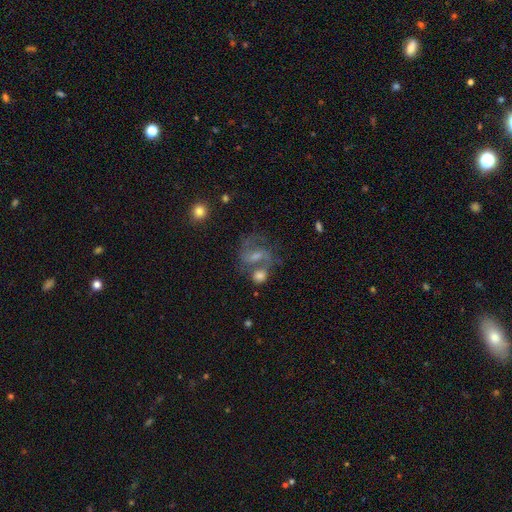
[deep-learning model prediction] Smooth or featured? featured or disk (64%)
Edge-on disk? no (97%)
Bar? weak (48%)
Spiral arms? yes (83%)
Spiral winding? medium (52%)
Spiral arm count? 2 (80%)
Bulge size? moderate (43%)
Merging? none (41%)